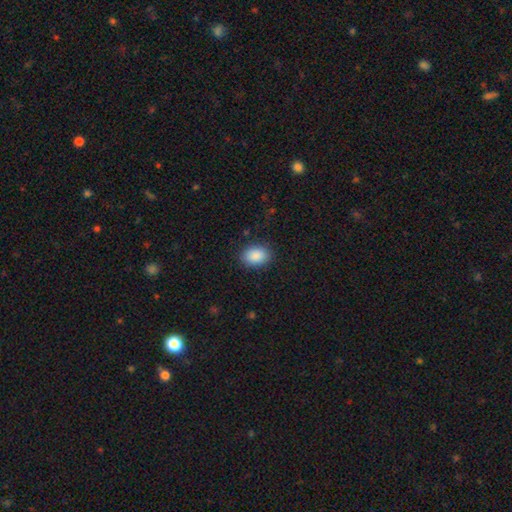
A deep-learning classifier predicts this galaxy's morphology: type=smooth (88%); roundness=in between (74%); merging=none (87%).